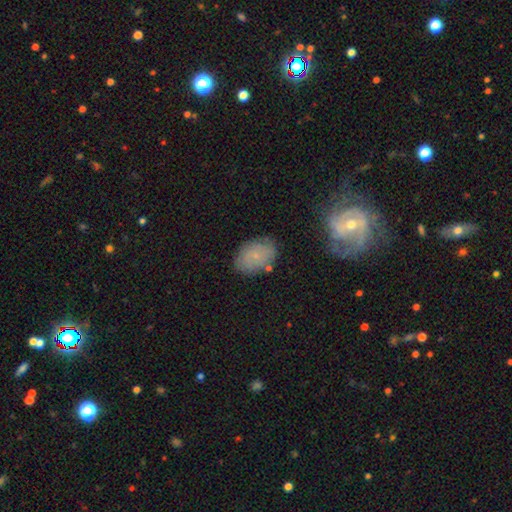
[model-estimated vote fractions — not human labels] The model was most divided on "smooth or featured": smooth: 59%, featured or disk: 31%, star or artifact: 10%. More confident: how rounded — in between (82%); merging — none (73%).